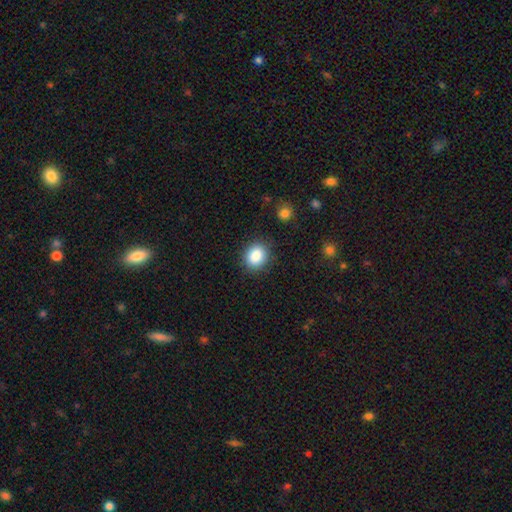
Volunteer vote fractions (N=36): Volunteers were most divided on "how rounded": round: 76%, in between: 24%, cigar-shaped: 0%. More confident: merging — none (94%); smooth or featured — smooth (92%).